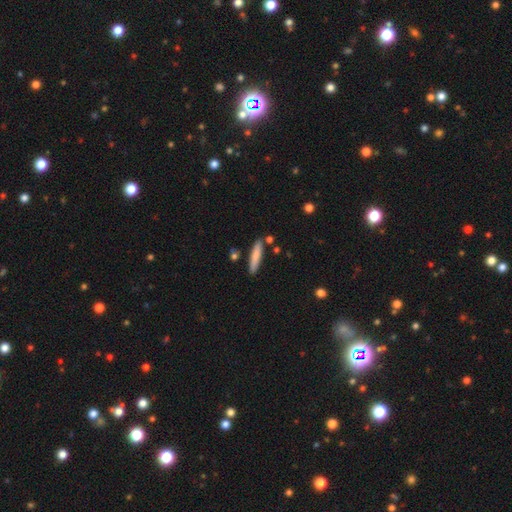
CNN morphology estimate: Q: Smooth or featured?
A: smooth (79%); runner-up: featured or disk (15%)
Q: How rounded?
A: cigar-shaped (88%); runner-up: in between (11%)
Q: Merging?
A: none (84%); runner-up: minor disturbance (10%)